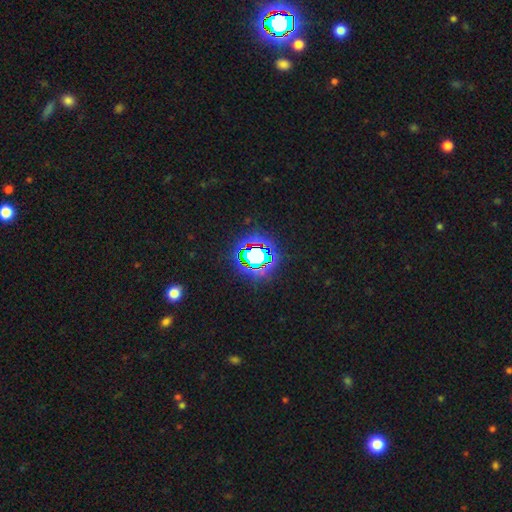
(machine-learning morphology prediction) Overall: star or artifact (69%).